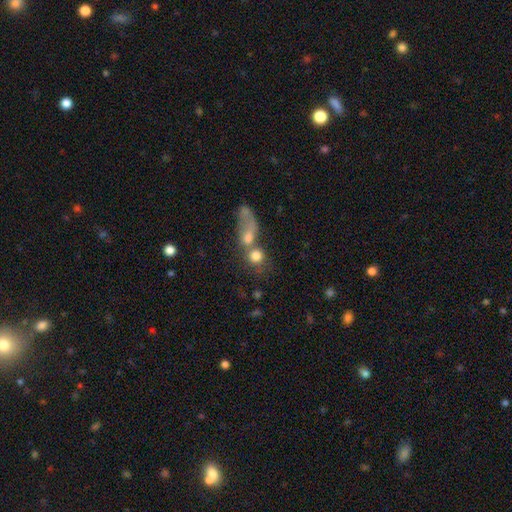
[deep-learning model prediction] This appears to be a smooth galaxy with no disk features (73%) that is round (71%). Merging: merger (57%).